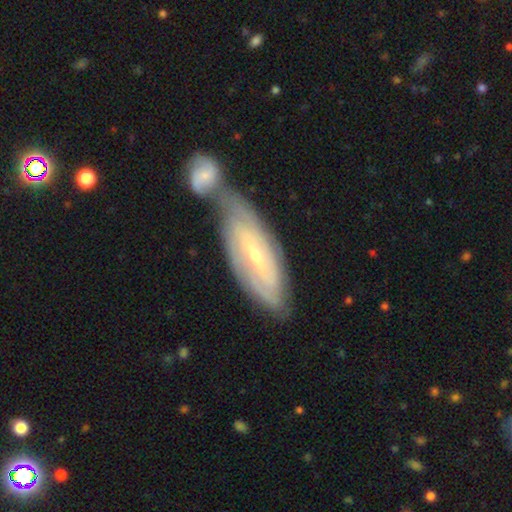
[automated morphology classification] smooth-or-featured: featured or disk: 77% | smooth: 18% | star or artifact: 5%
  disk-edge-on: no: 86% | yes: 14%
    bar: weak: 42% | strong: 29% | no: 29%
    has-spiral-arms: yes: 86% | no: 14%
      spiral-winding: tight: 67% | medium: 25% | loose: 8%
      spiral-arm-count: can't tell: 49% | 2: 30% | 3: 8% | 4: 6% | more than 4: 3% | 1: 3%
    bulge-size: small: 70% | moderate: 27% | large: 1% | none: 1% | dominant: 1%
  merging: merger: 44% | none: 37% | minor disturbance: 14% | major disturbance: 5%